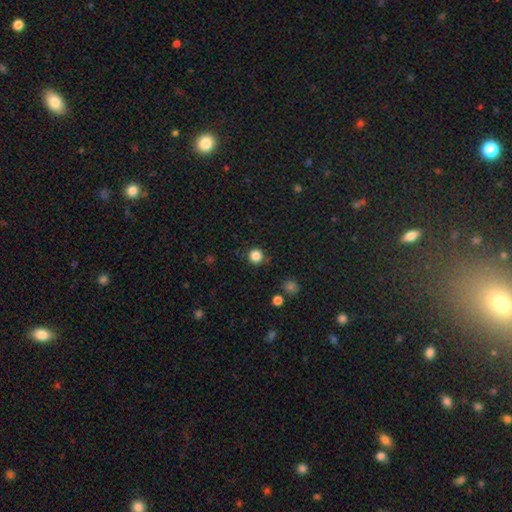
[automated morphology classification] type=smooth (84%); roundness=round (95%); merging=none (89%).